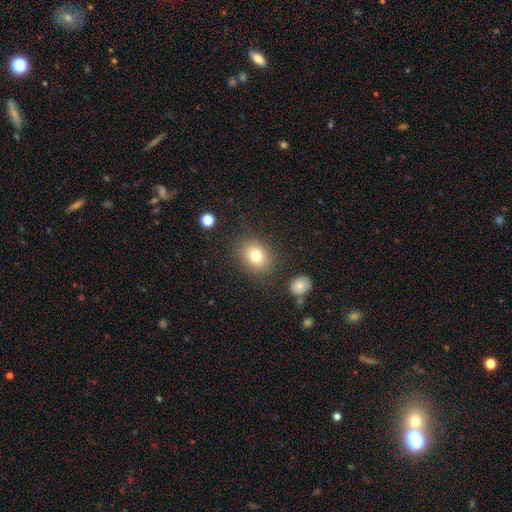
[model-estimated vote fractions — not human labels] Smooth or featured? Predicted: smooth (p=0.78). How rounded? Predicted: round (p=0.56). Merging? Predicted: none (p=0.84).